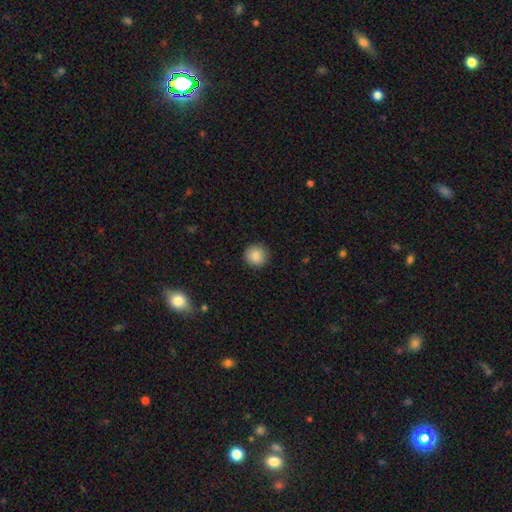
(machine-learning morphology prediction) smooth-or-featured: smooth: 87% | star or artifact: 8% | featured or disk: 5%
  how-rounded: round: 94% | in between: 5% | cigar-shaped: 1%
  merging: none: 91% | minor disturbance: 6% | major disturbance: 2% | merger: 1%